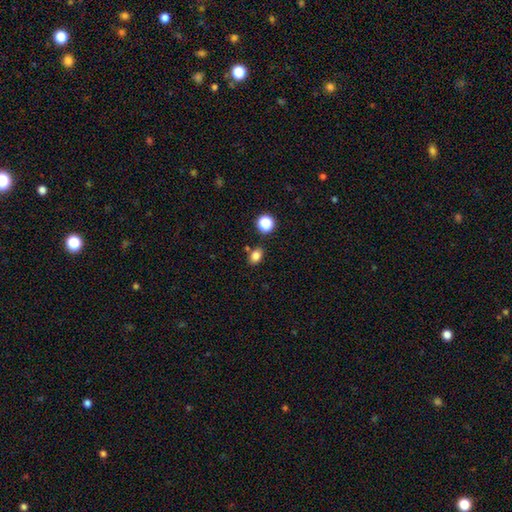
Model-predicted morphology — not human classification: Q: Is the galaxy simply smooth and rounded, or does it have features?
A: smooth — 82%.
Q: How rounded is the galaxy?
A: in between — 73%.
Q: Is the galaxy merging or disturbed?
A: none — 78%.